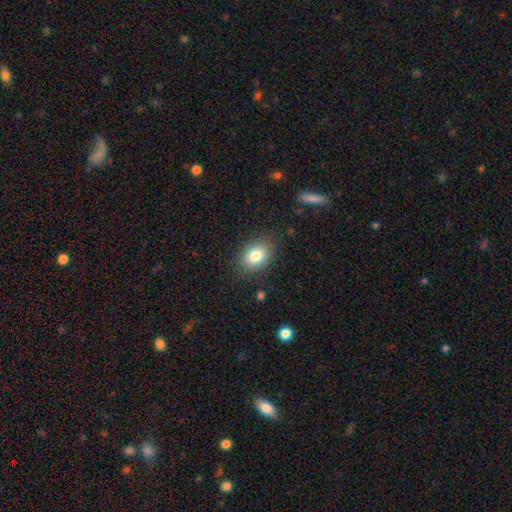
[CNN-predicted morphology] This appears to be a smooth galaxy with no disk features (82%) that is in between round and cigar-shaped (70%). Merging: none (85%).